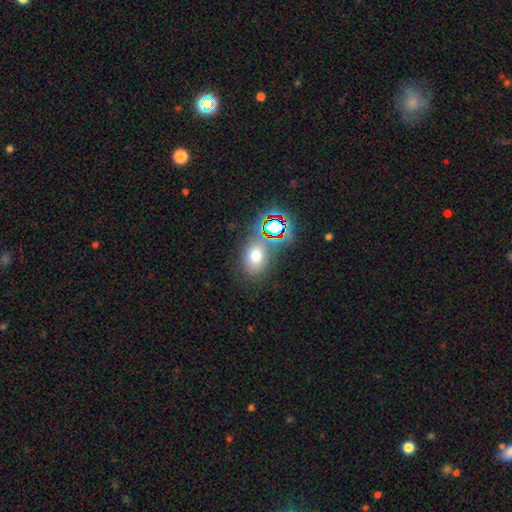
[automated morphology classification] Smooth or featured?
  - smooth: 65% *
  - star or artifact: 23%
  - featured or disk: 12%
How rounded?
  - in between: 66% *
  - round: 32%
  - cigar-shaped: 2%
Merging?
  - none: 65% *
  - minor disturbance: 16%
  - merger: 12%
  - major disturbance: 7%